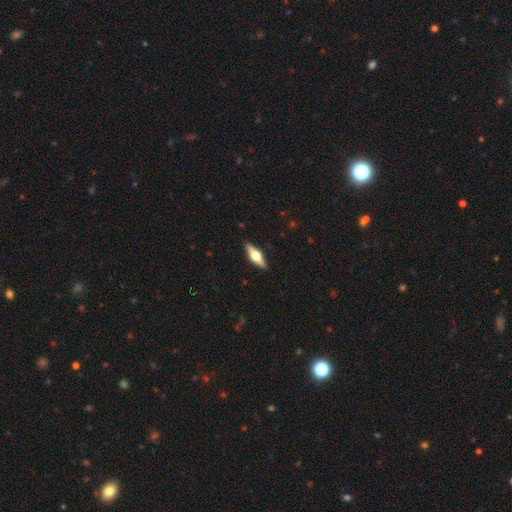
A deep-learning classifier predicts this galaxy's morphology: This appears to be a featured or disk galaxy (63%) viewed edge-on (95%) with a rounded central bulge (94%). Merging: none (89%).